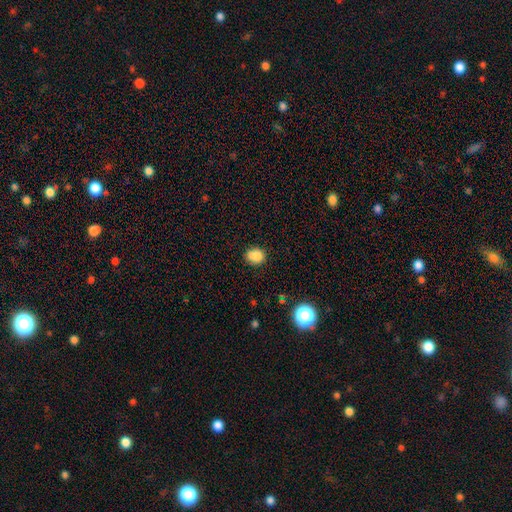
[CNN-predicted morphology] A smooth galaxy with no disk features (82%) that is round (62%).

Vote fractions:
- Smooth or featured? smooth: 82% / star or artifact: 11% / featured or disk: 6%
- How rounded? round: 62% / in between: 37% / cigar-shaped: 1%
- Merging? none: 69% / minor disturbance: 20% / merger: 7% / major disturbance: 4%